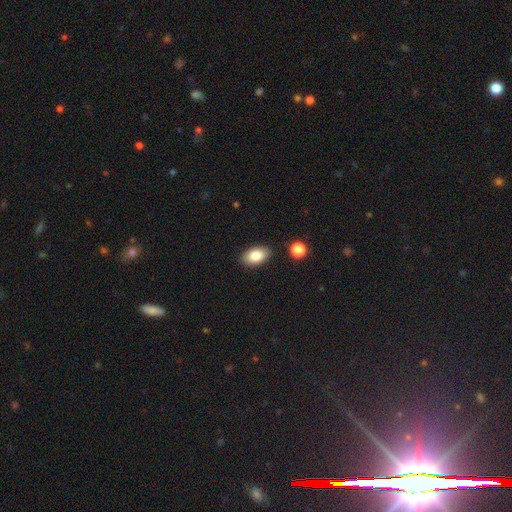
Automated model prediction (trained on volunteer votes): A smooth galaxy with no disk features (84%) that is in between round and cigar-shaped (92%).

Vote fractions:
- Smooth or featured? smooth: 84% / featured or disk: 9% / star or artifact: 7%
- How rounded? in between: 92% / round: 6% / cigar-shaped: 2%
- Merging? none: 86% / minor disturbance: 9% / merger: 3% / major disturbance: 2%